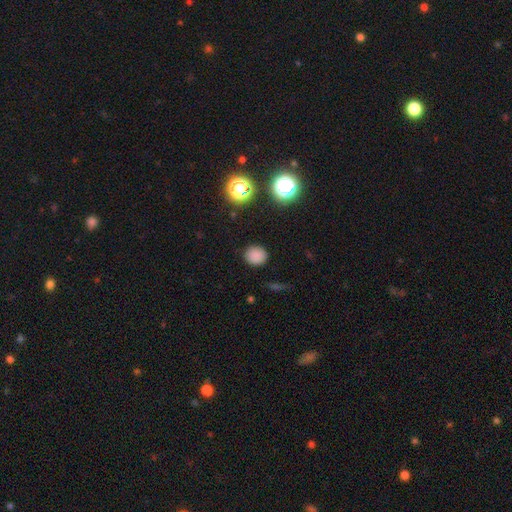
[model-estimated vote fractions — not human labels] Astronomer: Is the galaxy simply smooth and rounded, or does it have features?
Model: smooth — 80%.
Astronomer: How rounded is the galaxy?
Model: round — 81%.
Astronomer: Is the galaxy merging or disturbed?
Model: none — 88%.